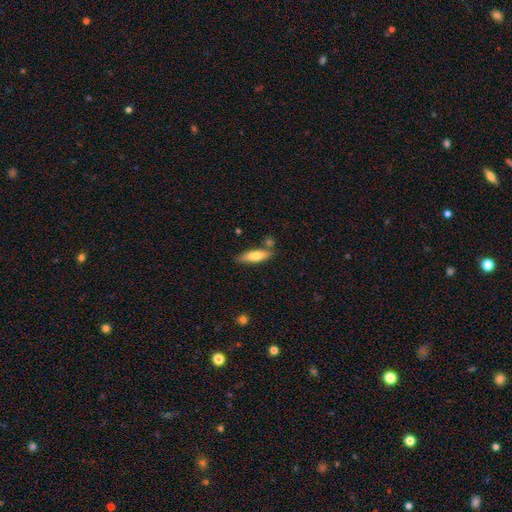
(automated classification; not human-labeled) Smooth or featured? smooth (70%)
How rounded? cigar-shaped (57%)
Merging? none (73%)